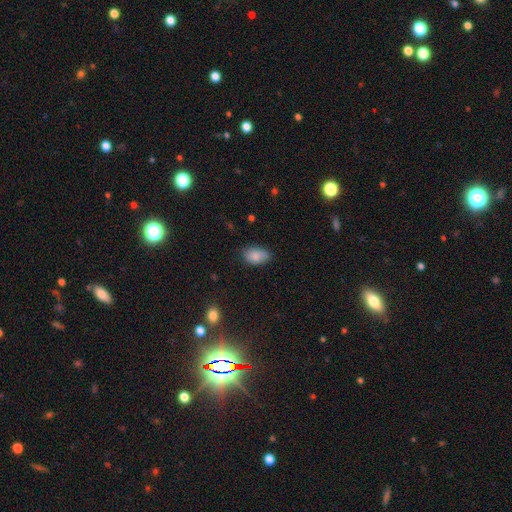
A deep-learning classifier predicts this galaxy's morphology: This appears to be a smooth galaxy with no disk features (84%) that is in between round and cigar-shaped (89%). Merging: none (72%).